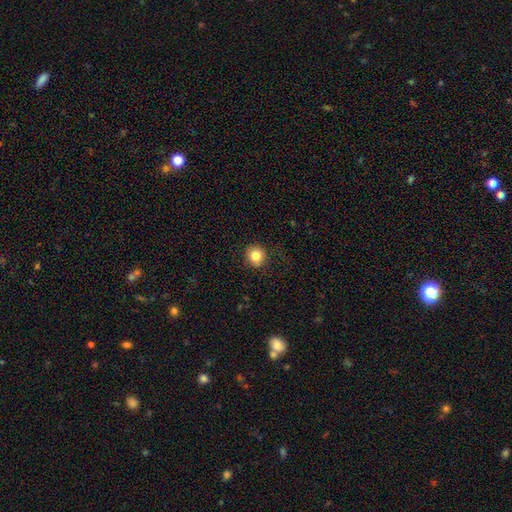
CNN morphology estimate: smooth_or_featured: smooth (p=0.83) [alt: star or artifact p=0.11]
how_rounded: round (p=0.86) [alt: in between p=0.13]
merging: none (p=0.88) [alt: minor disturbance p=0.08]